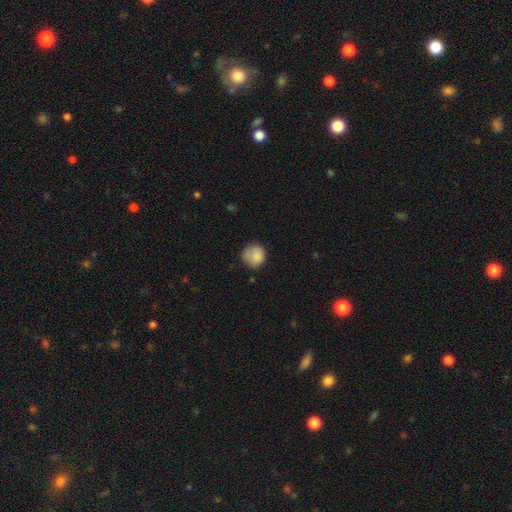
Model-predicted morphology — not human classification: A smooth galaxy with no disk features (82%) that is round (85%). Merging: none (61%).